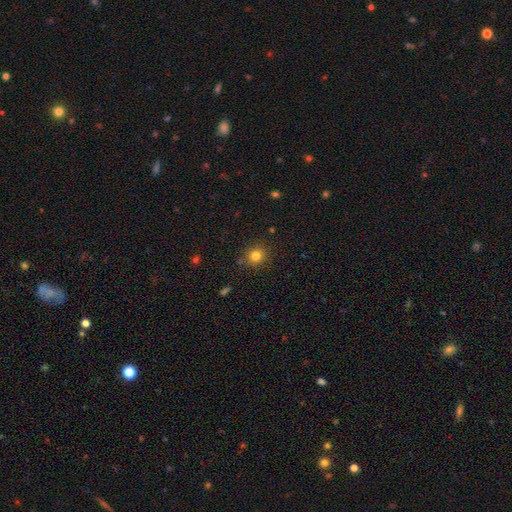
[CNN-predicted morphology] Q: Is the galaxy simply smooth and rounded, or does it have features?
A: smooth — 81%.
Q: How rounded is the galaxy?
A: round — 88%.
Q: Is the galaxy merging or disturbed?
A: none — 86%.